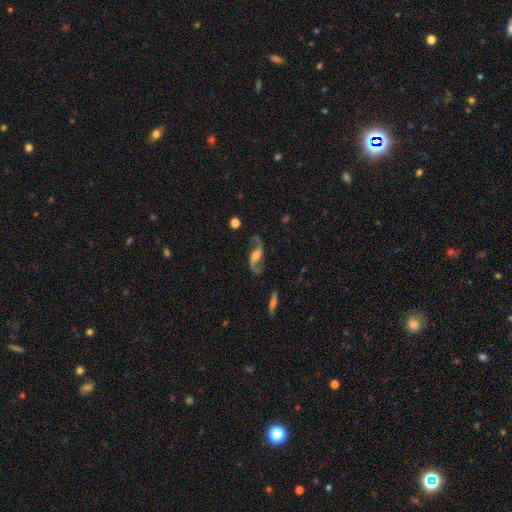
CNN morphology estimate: A featured or disk galaxy (87%) with a weak bar (46%), 2 (93%) loose (72%) spiral arms (96%) and a moderate central bulge (31%). Merging: none (77%).